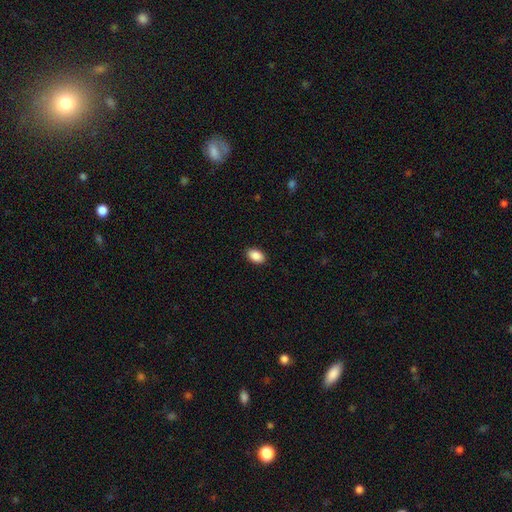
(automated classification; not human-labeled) smooth 90%, star or artifact 7%, featured or disk 3%. Down the decision tree: how rounded — in between (90%); merging — none (90%).